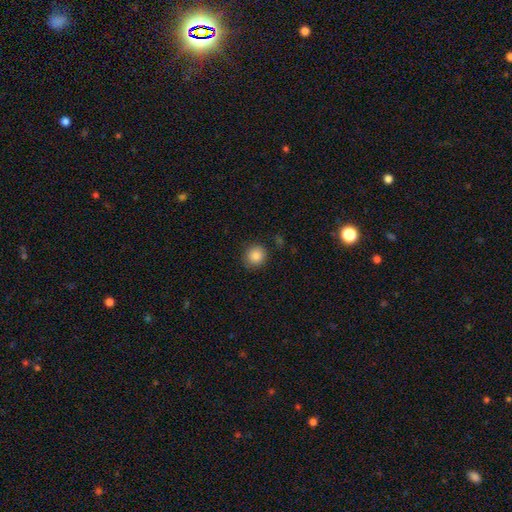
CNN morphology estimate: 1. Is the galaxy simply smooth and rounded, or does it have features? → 86% smooth, 10% star or artifact, 5% featured or disk.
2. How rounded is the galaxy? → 89% round, 10% in between, 1% cigar-shaped.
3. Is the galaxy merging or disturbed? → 87% none, 9% minor disturbance, 2% major disturbance, 1% merger.